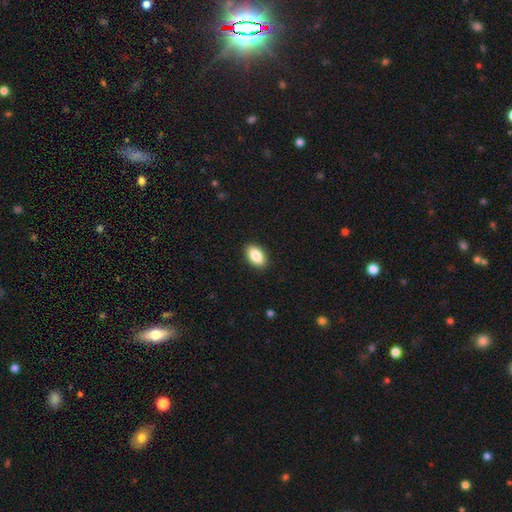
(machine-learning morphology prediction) Smooth or featured?
  - smooth: 87% *
  - star or artifact: 7%
  - featured or disk: 6%
How rounded?
  - in between: 93% *
  - round: 5%
  - cigar-shaped: 2%
Merging?
  - none: 90% *
  - minor disturbance: 7%
  - major disturbance: 2%
  - merger: 1%